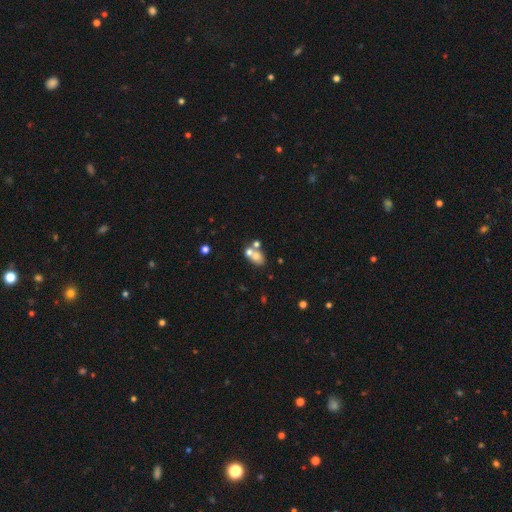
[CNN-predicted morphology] Smooth or featured? smooth (63%)
How rounded? in between (61%)
Merging? merger (50%)